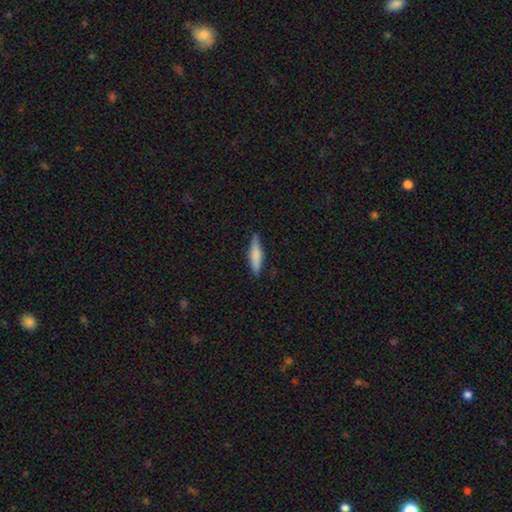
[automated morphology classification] The model was most divided on "smooth or featured": smooth: 74%, featured or disk: 20%, star or artifact: 6%. More confident: merging — none (84%); how rounded — cigar-shaped (78%).